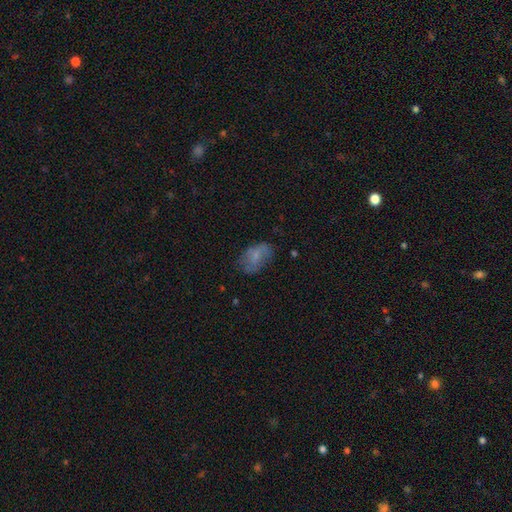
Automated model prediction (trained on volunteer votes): Smooth or featured? smooth (65%)
How rounded? in between (89%)
Merging? none (60%)